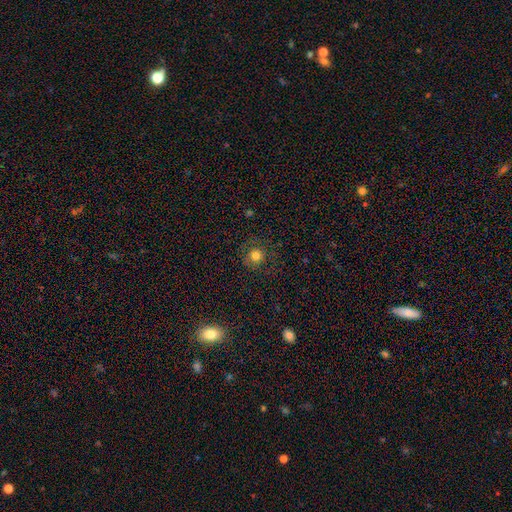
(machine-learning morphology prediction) A smooth galaxy with no disk features (77%) that is round (94%). Merging: none (85%).